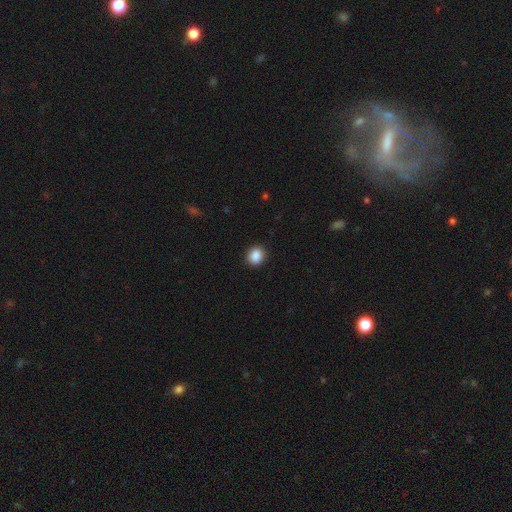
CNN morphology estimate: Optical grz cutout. It shows a smooth galaxy with no disk features (88%) that is round (73%). Merging: none (90%).